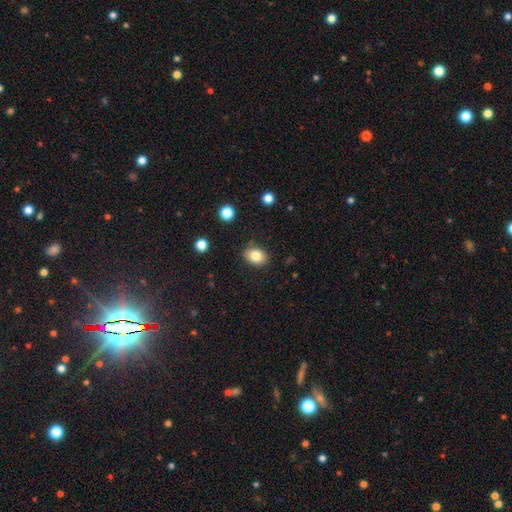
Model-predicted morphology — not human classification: Smooth or featured?
  - smooth: 83% *
  - star or artifact: 9%
  - featured or disk: 8%
How rounded?
  - in between: 66% *
  - round: 33%
  - cigar-shaped: 1%
Merging?
  - none: 84% *
  - minor disturbance: 11%
  - major disturbance: 3%
  - merger: 2%